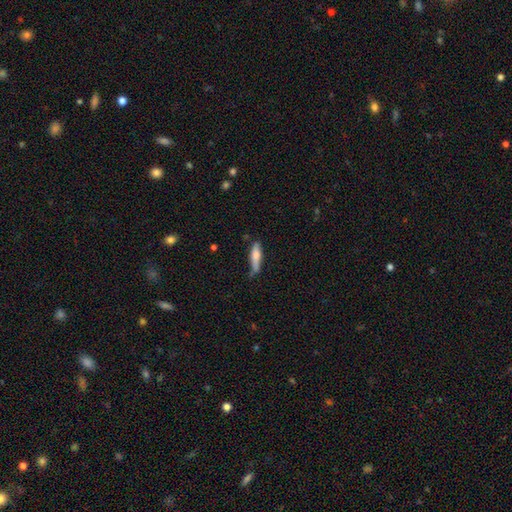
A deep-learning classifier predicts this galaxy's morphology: The model was most divided on "merging": none: 58%, minor disturbance: 31%, major disturbance: 7%, merger: 4%. More confident: how rounded — cigar-shaped (72%); smooth or featured — smooth (70%).